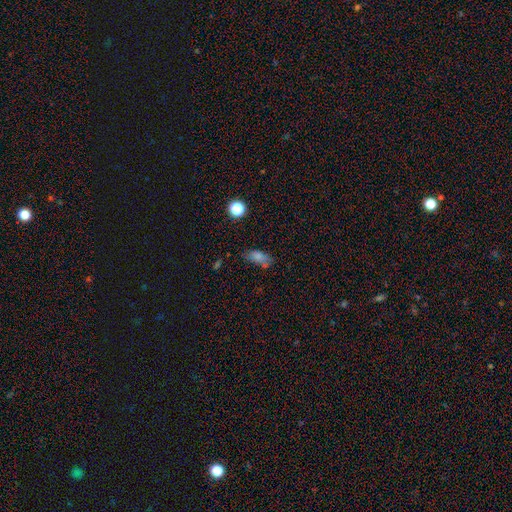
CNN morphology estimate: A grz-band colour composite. It shows a smooth galaxy with no disk features (69%) that is in between round and cigar-shaped (76%). Merging: none (61%).